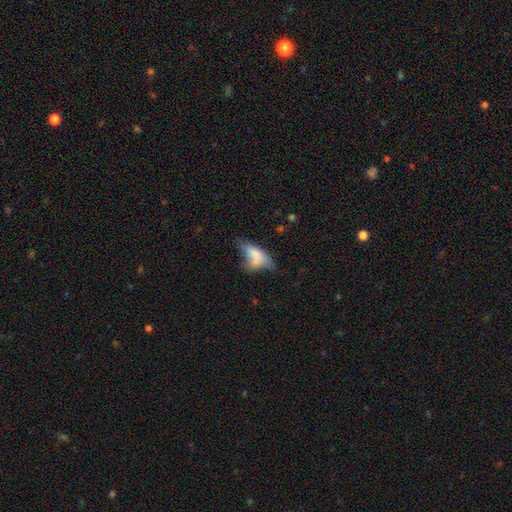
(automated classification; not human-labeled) A smooth galaxy with no disk features (65%) that is in between round and cigar-shaped (78%). Merging: merger (33%).